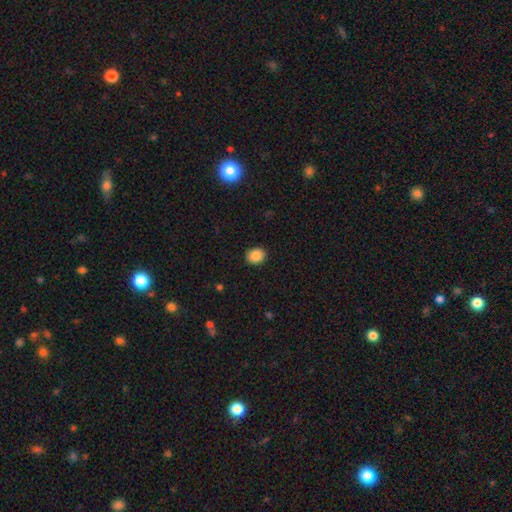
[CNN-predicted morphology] A smooth galaxy with no disk features (87%) that is round (60%). Merging: none (91%).